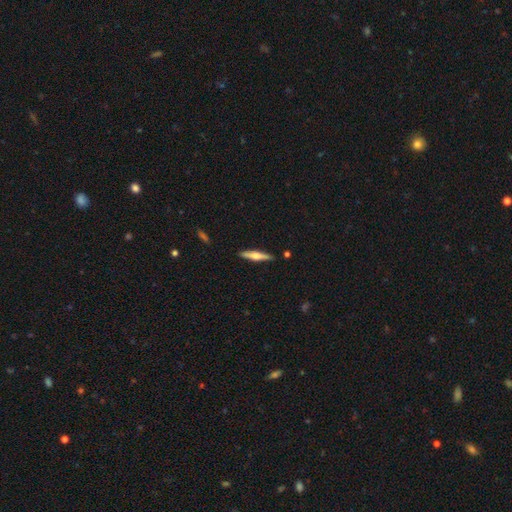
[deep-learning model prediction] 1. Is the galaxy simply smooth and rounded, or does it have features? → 58% featured or disk, 37% smooth, 5% star or artifact.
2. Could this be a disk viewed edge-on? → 97% yes, 3% no.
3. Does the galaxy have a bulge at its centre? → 83% rounded, 12% boxy, 5% none.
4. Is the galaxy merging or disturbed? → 89% none, 8% minor disturbance, 2% merger, 2% major disturbance.